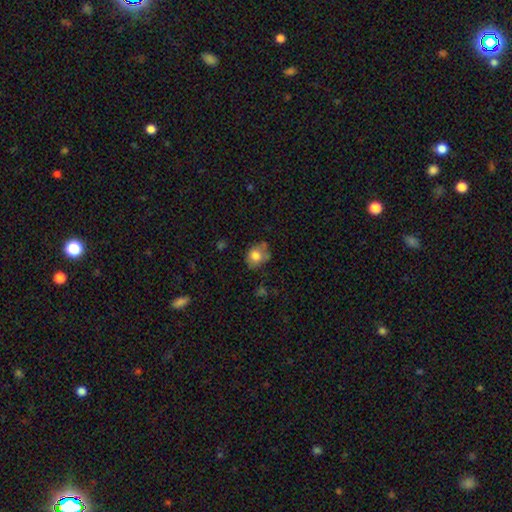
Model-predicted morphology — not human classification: A smooth galaxy with no disk features (72%) that is round (50%). Merging: none (54%).